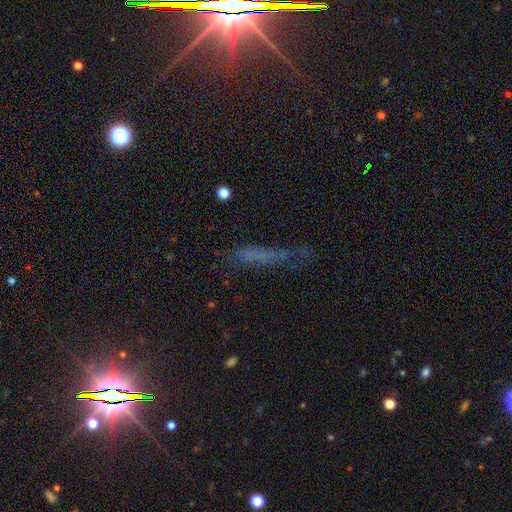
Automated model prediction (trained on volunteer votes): Morphology: type=star or artifact (38%).